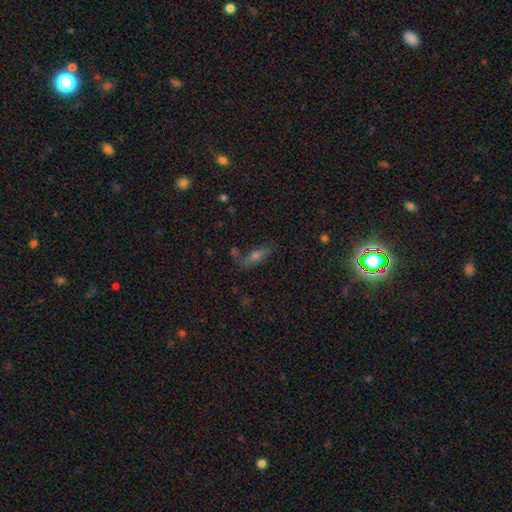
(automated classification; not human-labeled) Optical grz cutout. It shows a smooth galaxy with no disk features (48%). Merging: none (65%).